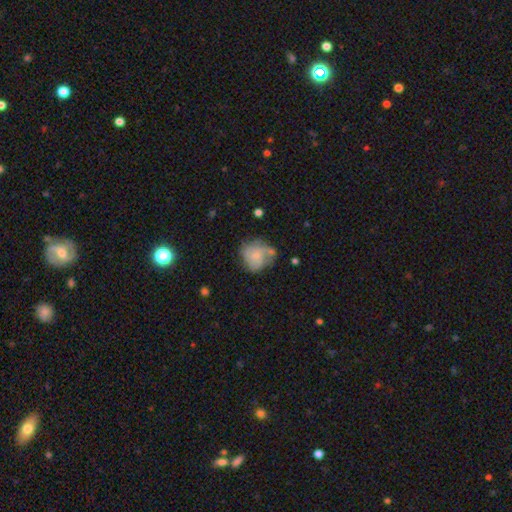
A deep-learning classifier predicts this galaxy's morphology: type=smooth (46%); merging=none (46%).